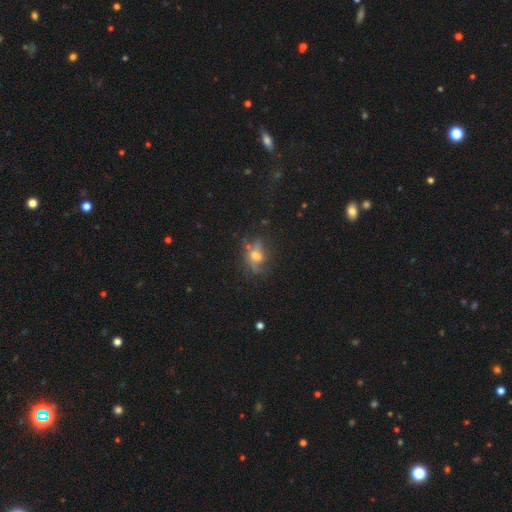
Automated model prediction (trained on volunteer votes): Smooth or featured? Predicted: featured or disk (p=0.42). Merging? Predicted: none (p=0.58).